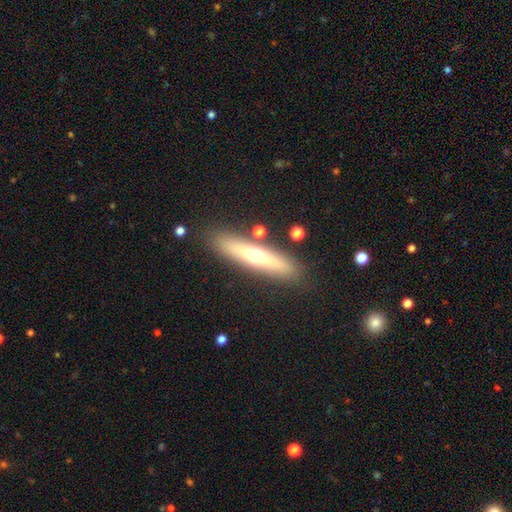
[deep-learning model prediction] Smooth or featured? Predicted: featured or disk (p=0.48). Merging? Predicted: none (p=0.85).